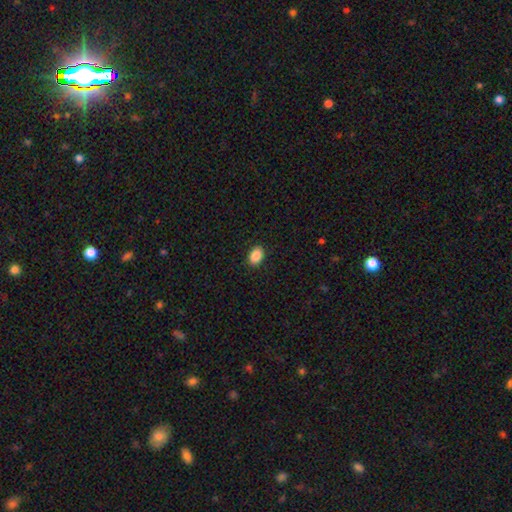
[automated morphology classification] Smooth or featured: smooth — 88% (star or artifact — 8%)
How rounded: in between — 82% (round — 17%)
Merging: none — 90% (minor disturbance — 7%)